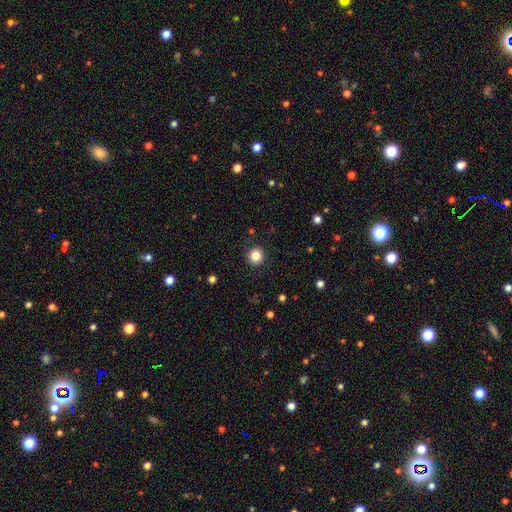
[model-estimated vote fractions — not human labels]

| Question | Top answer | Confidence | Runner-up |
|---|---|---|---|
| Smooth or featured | smooth | 86% | star or artifact (11%) |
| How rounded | round | 94% | in between (6%) |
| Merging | none | 91% | minor disturbance (6%) |